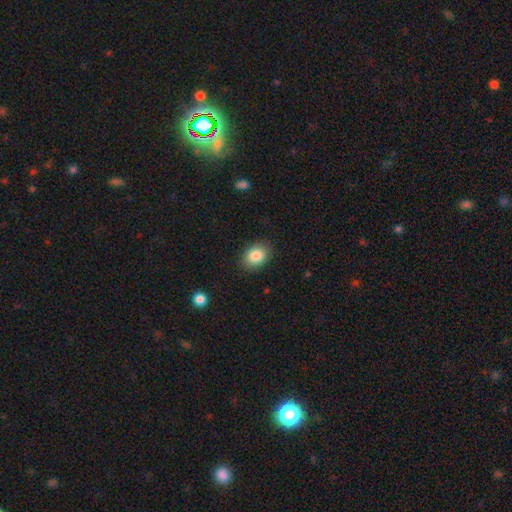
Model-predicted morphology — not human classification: smooth_or_featured: smooth (p=0.85) [alt: star or artifact p=0.08]
how_rounded: in between (p=0.68) [alt: round p=0.31]
merging: none (p=0.86) [alt: minor disturbance p=0.10]